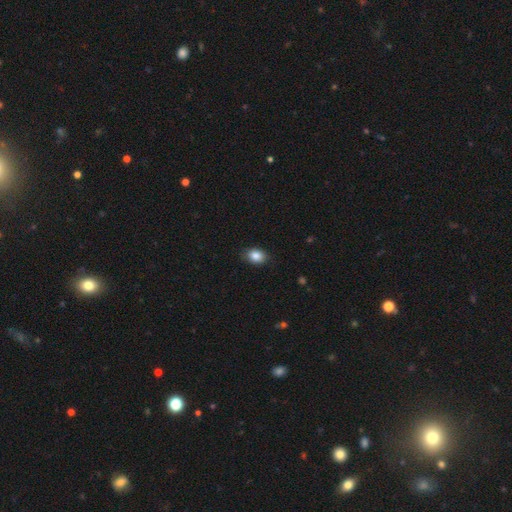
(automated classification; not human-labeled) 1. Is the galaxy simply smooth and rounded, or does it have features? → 87% smooth, 8% star or artifact, 5% featured or disk.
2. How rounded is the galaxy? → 73% in between, 25% round, 1% cigar-shaped.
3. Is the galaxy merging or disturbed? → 84% none, 13% minor disturbance, 2% major disturbance, 1% merger.